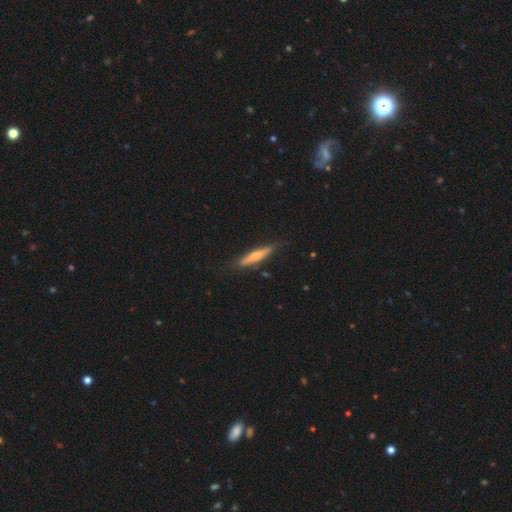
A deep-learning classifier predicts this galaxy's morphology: This is possibly a smooth galaxy (52%). How rounded: clearly cigar-shaped (88%). Merging: clearly none (81%).